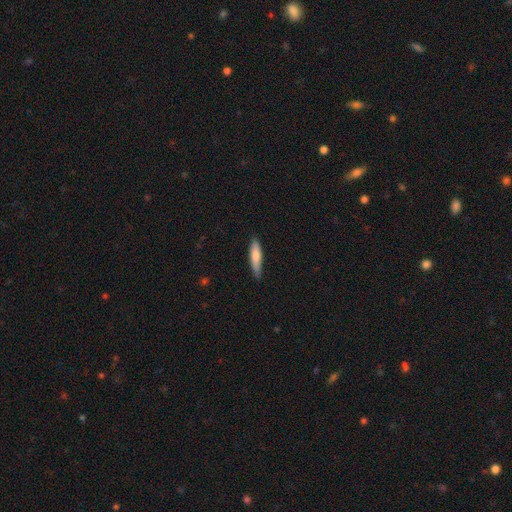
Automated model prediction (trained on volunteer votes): Smooth or featured: smooth — 78% (featured or disk — 16%)
How rounded: cigar-shaped — 78% (in between — 21%)
Merging: none — 80% (minor disturbance — 16%)